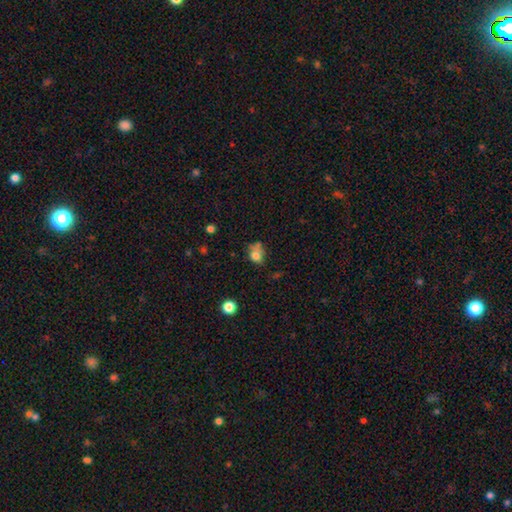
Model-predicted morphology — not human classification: Q: Smooth or featured?
A: smooth (74%); runner-up: featured or disk (13%)
Q: How rounded?
A: in between (55%); runner-up: round (44%)
Q: Merging?
A: none (38%); runner-up: minor disturbance (28%)